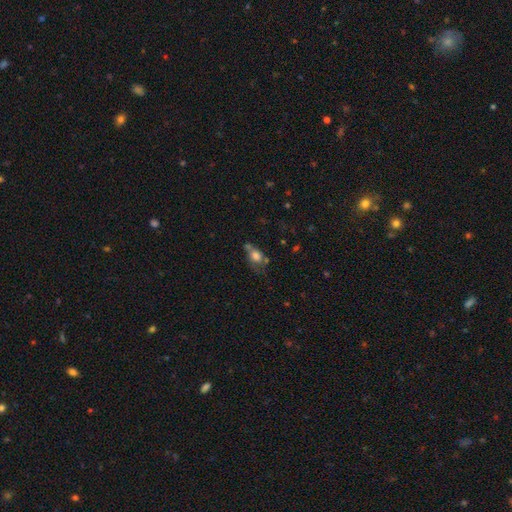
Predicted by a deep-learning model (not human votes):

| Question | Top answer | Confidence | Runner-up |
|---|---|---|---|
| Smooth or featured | smooth | 72% | featured or disk (16%) |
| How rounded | in between | 63% | round (34%) |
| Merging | none | 36% | merger (25%) |